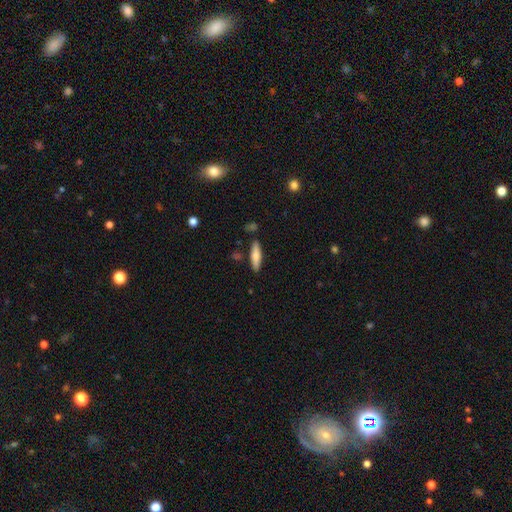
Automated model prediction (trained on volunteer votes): Q: Smooth or featured?
A: smooth (70%); runner-up: featured or disk (24%)
Q: How rounded?
A: cigar-shaped (71%); runner-up: in between (28%)
Q: Merging?
A: none (85%); runner-up: minor disturbance (10%)